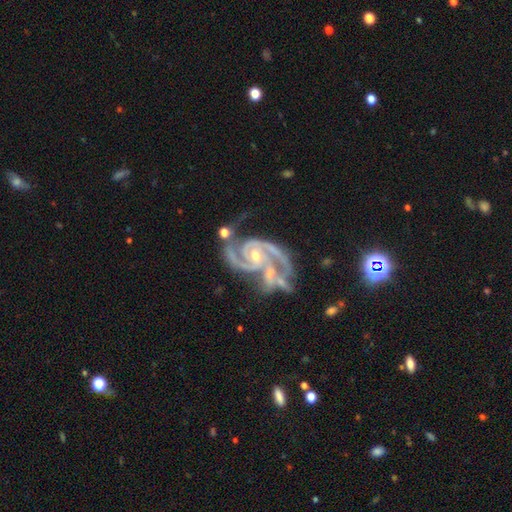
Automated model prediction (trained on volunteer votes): Smooth or featured? featured or disk (93%)
Edge-on disk? no (98%)
Bar? no (52%)
Spiral arms? yes (99%)
Spiral winding? medium (54%)
Spiral arm count? 2 (67%)
Bulge size? small (61%)
Merging? none (34%)